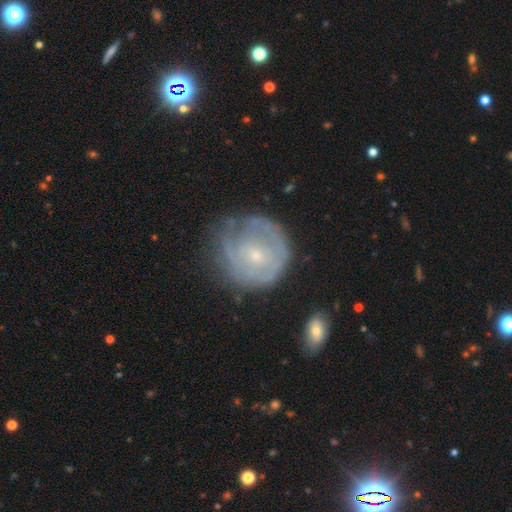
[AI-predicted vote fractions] smooth_or_featured: featured or disk (p=0.65) [alt: smooth p=0.28]
disk_edge_on: no (p=0.97) [alt: yes p=0.03]
bar: no (p=0.71) [alt: weak p=0.25]
has_spiral_arms: yes (p=0.67) [alt: no p=0.33]
bulge_size: small (p=0.72) [alt: moderate p=0.23]
merging: none (p=0.60) [alt: minor disturbance p=0.24]